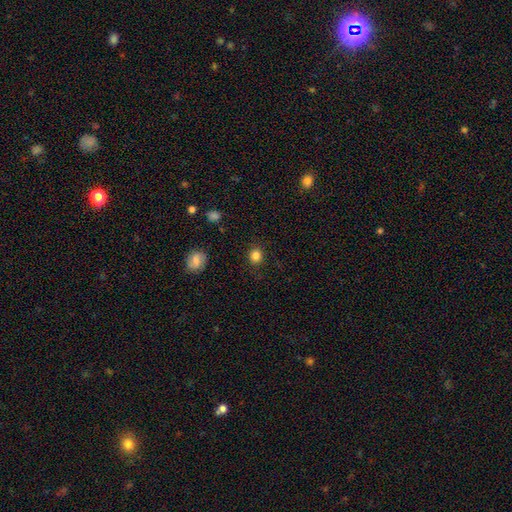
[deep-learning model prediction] smooth-or-featured: smooth: 85% | star or artifact: 11% | featured or disk: 5%
  how-rounded: round: 80% | in between: 19% | cigar-shaped: 1%
  merging: none: 88% | minor disturbance: 8% | major disturbance: 2% | merger: 1%